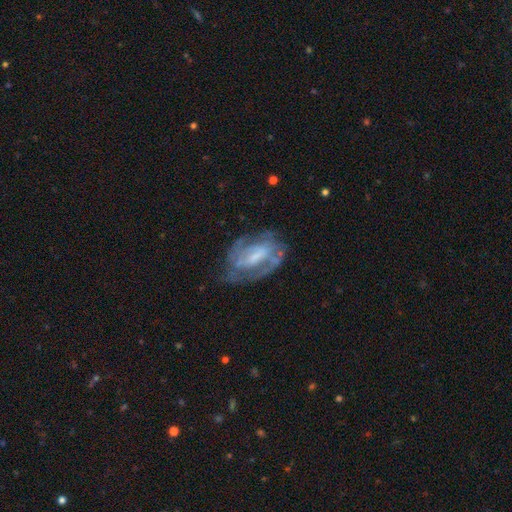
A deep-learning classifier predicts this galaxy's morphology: Smooth or featured?
  - featured or disk: 79% *
  - smooth: 14%
  - star or artifact: 7%
Edge-on disk?
  - no: 96% *
  - yes: 4%
Bar?
  - weak: 46% *
  - strong: 31%
  - no: 23%
Spiral arms?
  - yes: 83% *
  - no: 17%
Spiral winding?
  - medium: 43% * (tied)
  - tight: 43% * (tied)
  - loose: 14%
Spiral arm count?
  - 2: 50% *
  - can't tell: 28%
  - 3: 10%
  - 1: 6%
  - 4: 3%
  - more than 4: 2%
Bulge size?
  - small: 38% *
  - moderate: 33%
  - none: 20%
  - large: 8%
  - dominant: 1%
Merging?
  - none: 57% *
  - minor disturbance: 23%
  - major disturbance: 17%
  - merger: 2%